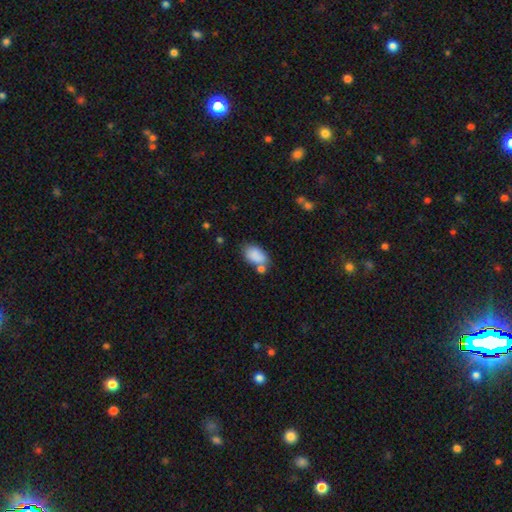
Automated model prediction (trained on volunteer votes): Smooth or featured: smooth — 85% (star or artifact — 8%)
How rounded: in between — 91% (round — 8%)
Merging: none — 53% (merger — 24%)